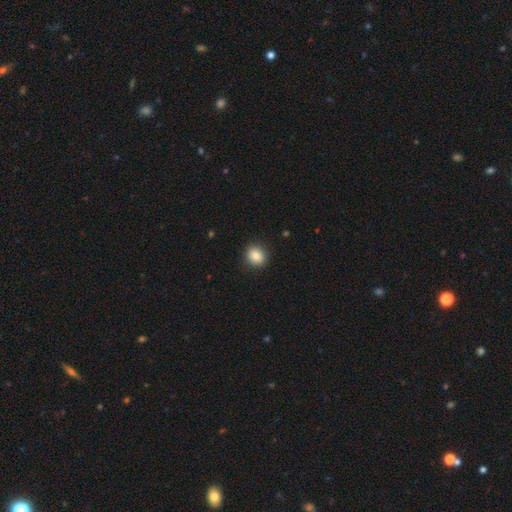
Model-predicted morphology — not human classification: smooth_or_featured: smooth (p=0.85) [alt: star or artifact p=0.09]
how_rounded: round (p=0.75) [alt: in between p=0.25]
merging: none (p=0.90) [alt: minor disturbance p=0.07]